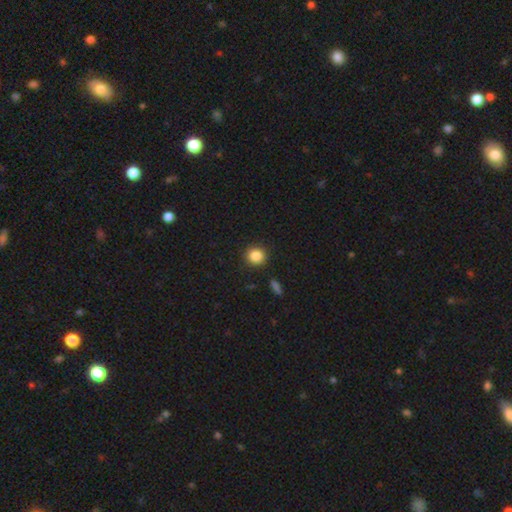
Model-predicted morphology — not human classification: Q: Smooth or featured?
A: smooth (86%); runner-up: star or artifact (10%)
Q: How rounded?
A: round (89%); runner-up: in between (10%)
Q: Merging?
A: none (90%); runner-up: minor disturbance (6%)